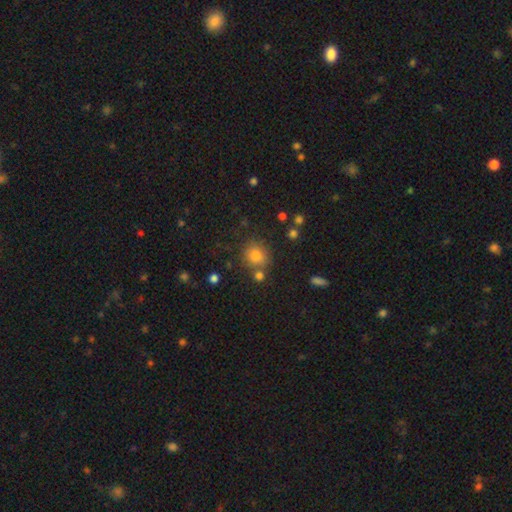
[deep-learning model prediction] Morphology: type=smooth (80%); roundness=round (81%); merging=none (72%).